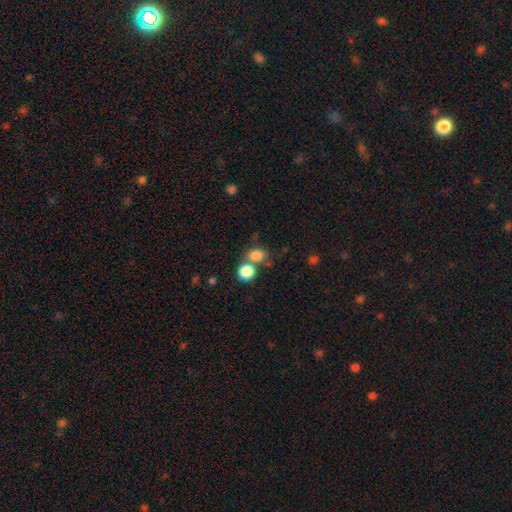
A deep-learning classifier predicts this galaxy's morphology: type=smooth (81%); roundness=round (71%); merging=none (53%).